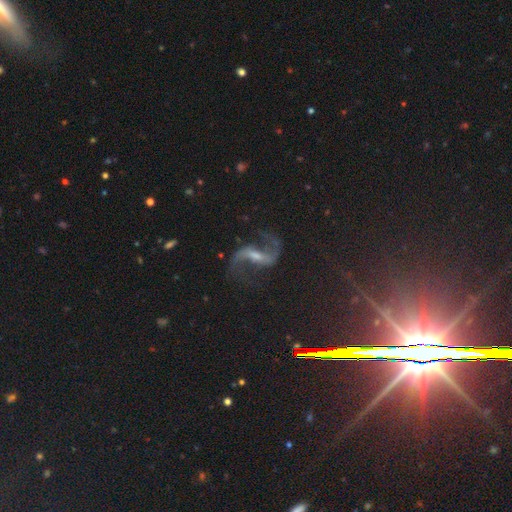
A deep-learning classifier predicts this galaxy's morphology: Smooth or featured?
  - featured or disk: 86% *
  - star or artifact: 9%
  - smooth: 4%
Edge-on disk?
  - no: 97% *
  - yes: 3%
Bar?
  - weak: 42% *
  - strong: 38%
  - no: 21%
Spiral arms?
  - yes: 97% *
  - no: 3%
Spiral winding?
  - loose: 77% *
  - medium: 19%
  - tight: 4%
Spiral arm count?
  - 2: 94% *
  - 1: 2%
  - can't tell: 1%
  - 3: 1%
  - 4: 1%
  - more than 4: 1%
Bulge size?
  - small: 57% *
  - moderate: 31%
  - none: 8%
  - large: 3%
  - dominant: 1%
Merging?
  - none: 76% *
  - minor disturbance: 13%
  - major disturbance: 9%
  - merger: 2%